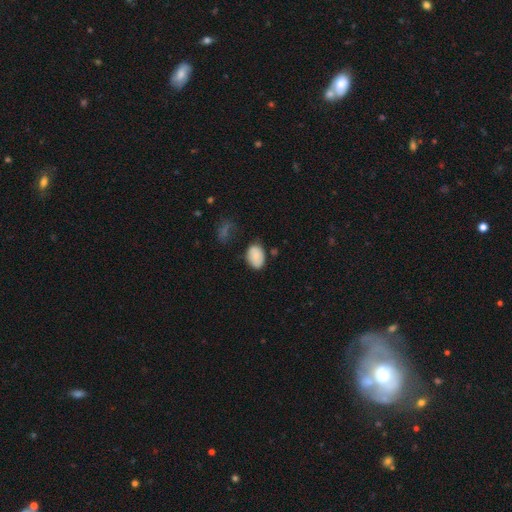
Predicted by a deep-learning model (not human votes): A smooth galaxy with no disk features (81%) that is in between round and cigar-shaped (85%).

Vote fractions:
- Smooth or featured? smooth: 81% / featured or disk: 11% / star or artifact: 8%
- How rounded? in between: 85% / round: 14% / cigar-shaped: 1%
- Merging? none: 69% / minor disturbance: 22% / major disturbance: 5% / merger: 4%